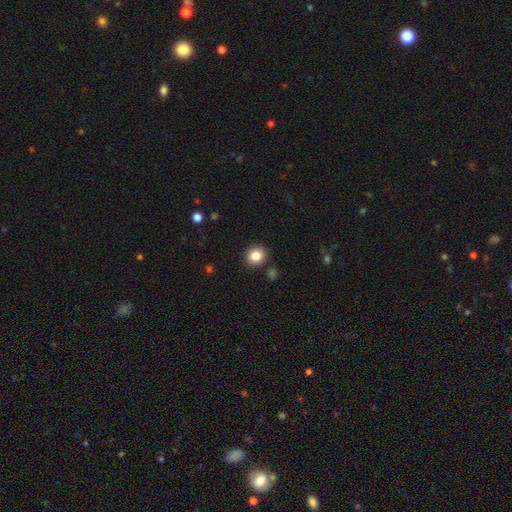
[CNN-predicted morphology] smooth_or_featured: smooth (p=0.85) [alt: star or artifact p=0.10]
how_rounded: round (p=0.74) [alt: in between p=0.25]
merging: none (p=0.88) [alt: minor disturbance p=0.07]